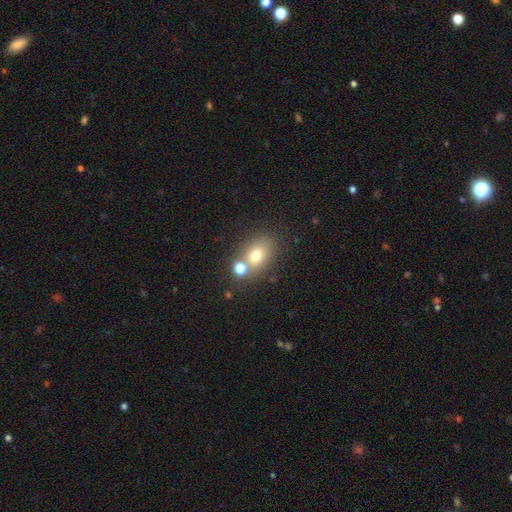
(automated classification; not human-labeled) The model was most divided on "how rounded": in between: 62%, round: 36%, cigar-shaped: 2%. More confident: smooth or featured — smooth (72%); merging — none (60%).